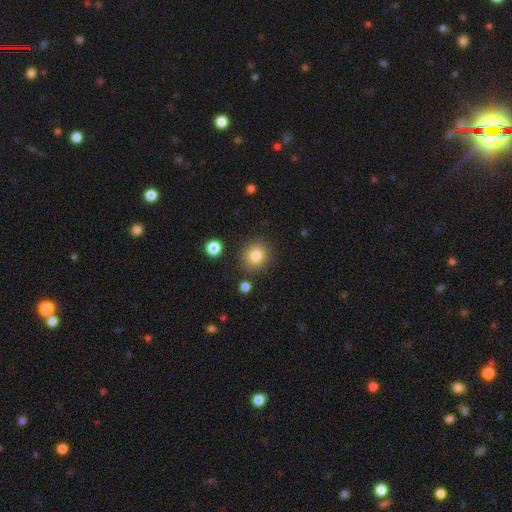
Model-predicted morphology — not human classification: A smooth galaxy with no disk features (84%) that is round (86%). Merging: none (86%).